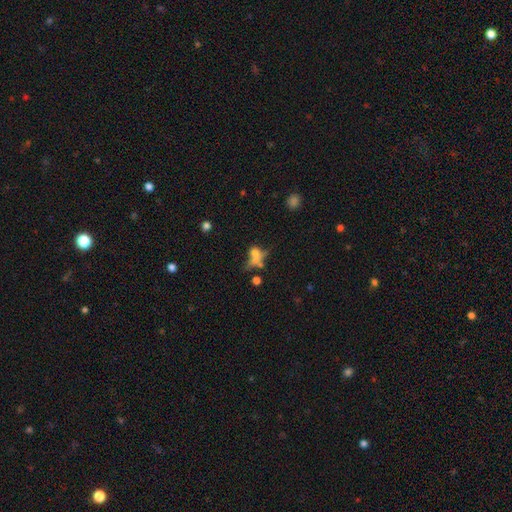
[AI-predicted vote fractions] The model was most divided on "how rounded": in between: 45%, round: 42%, cigar-shaped: 13%. Remaining: smooth or featured — smooth (52%); merging — merger (38%).